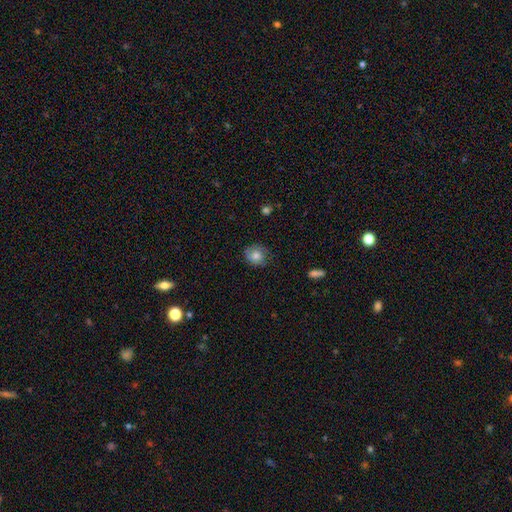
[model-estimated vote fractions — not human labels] This is likely a smooth galaxy (74%). How rounded: likely round (77%). Merging: likely none (76%).